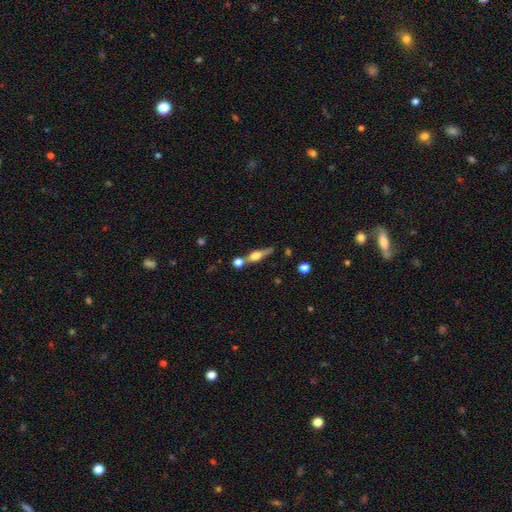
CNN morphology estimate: The model was most divided on "smooth or featured": featured or disk: 60%, smooth: 33%, star or artifact: 7%. More confident: edge-on disk — yes (93%); edge-on bulge — rounded (93%); merging — none (63%).